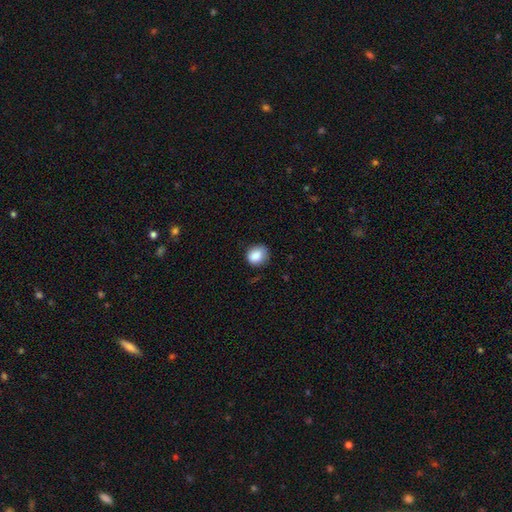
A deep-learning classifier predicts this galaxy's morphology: Smooth or featured: smooth — 87% (star or artifact — 8%)
How rounded: round — 66% (in between — 33%)
Merging: none — 70% (minor disturbance — 23%)